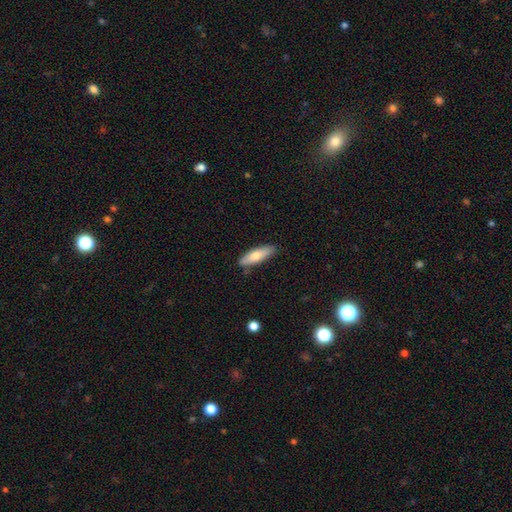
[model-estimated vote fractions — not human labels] Q: Smooth or featured?
A: smooth (72%); runner-up: featured or disk (22%)
Q: How rounded?
A: cigar-shaped (62%); runner-up: in between (36%)
Q: Merging?
A: none (86%); runner-up: minor disturbance (11%)